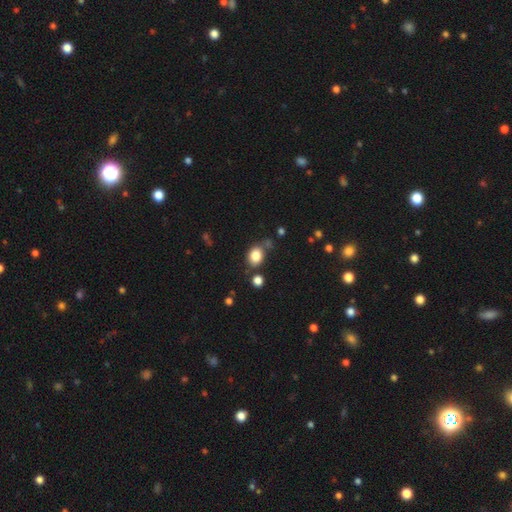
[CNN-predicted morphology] The model was most divided on "how rounded": in between: 53%, round: 46%, cigar-shaped: 1%. More confident: smooth or featured — smooth (83%); merging — none (69%).